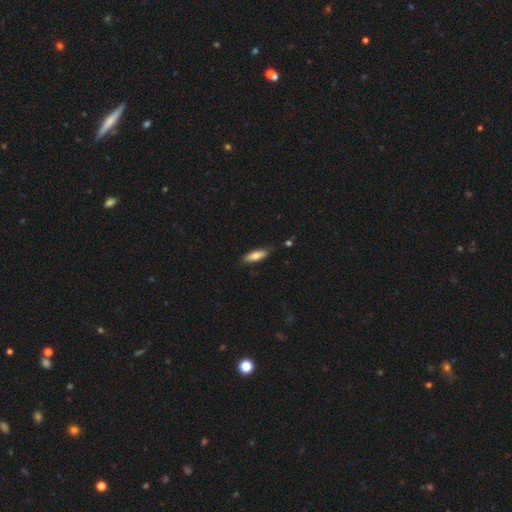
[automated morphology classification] The model was most divided on "how rounded": cigar-shaped: 50%, in between: 48%, round: 2%. More confident: merging — none (80%); smooth or featured — smooth (73%).